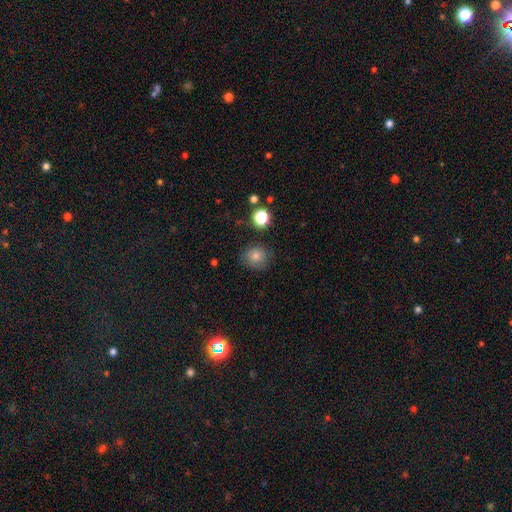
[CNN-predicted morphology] Smooth or featured? Predicted: smooth (p=0.78). How rounded? Predicted: round (p=0.88). Merging? Predicted: none (p=0.82).